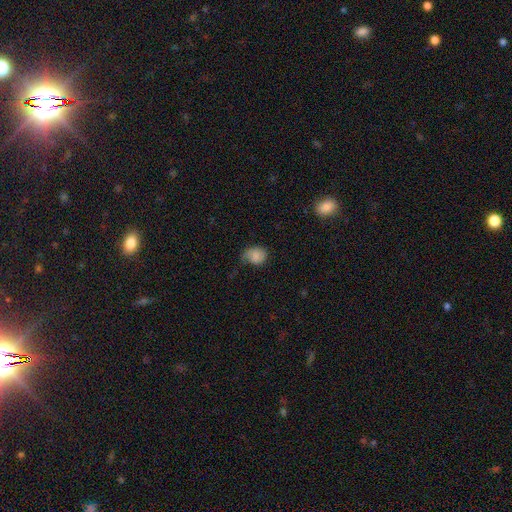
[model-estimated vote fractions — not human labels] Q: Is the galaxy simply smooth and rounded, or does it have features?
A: smooth — 78%.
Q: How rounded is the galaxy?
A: in between — 58%.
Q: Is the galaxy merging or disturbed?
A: none — 49%.